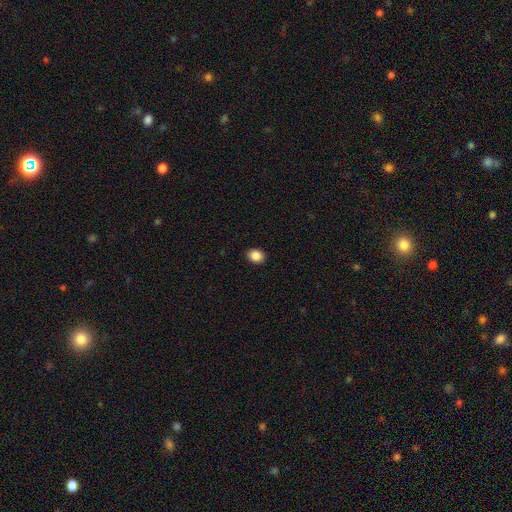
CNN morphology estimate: This appears to be a smooth galaxy with no disk features (87%) that is in between round and cigar-shaped (54%). Merging: none (91%).